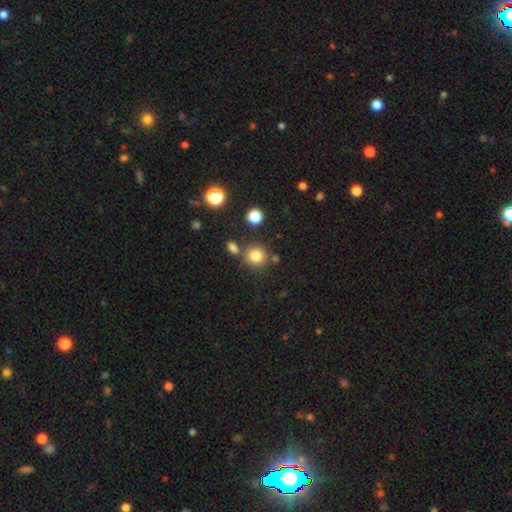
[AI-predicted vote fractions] smooth-or-featured: smooth: 81% | star or artifact: 13% | featured or disk: 6%
  how-rounded: round: 89% | in between: 10% | cigar-shaped: 1%
  merging: none: 74% | merger: 13% | minor disturbance: 10% | major disturbance: 3%